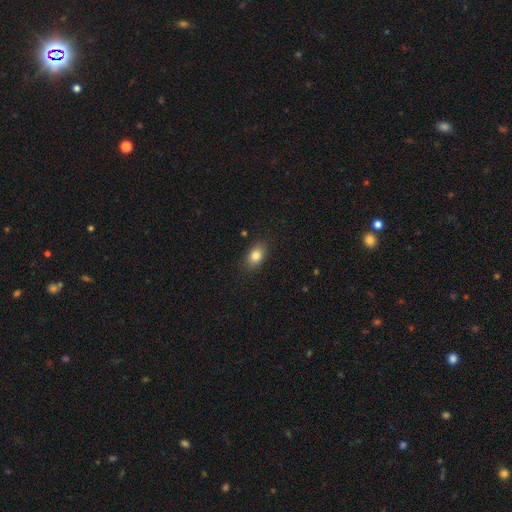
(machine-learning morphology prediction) Smooth or featured?
  - smooth: 82% *
  - star or artifact: 9%
  - featured or disk: 9%
How rounded?
  - in between: 84% *
  - round: 14%
  - cigar-shaped: 2%
Merging?
  - none: 86% *
  - minor disturbance: 10%
  - major disturbance: 2%
  - merger: 1%